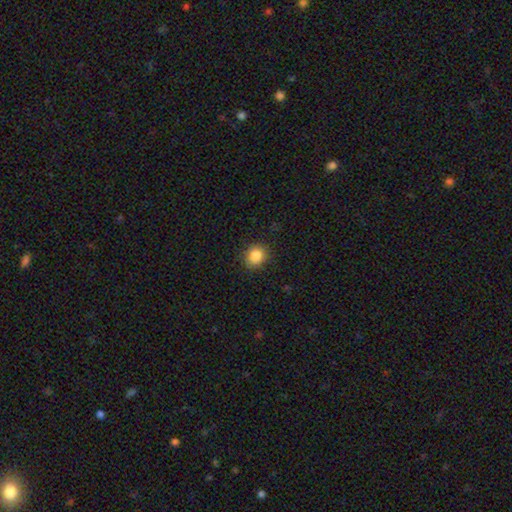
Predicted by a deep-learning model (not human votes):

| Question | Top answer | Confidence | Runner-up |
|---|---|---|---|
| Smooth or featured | smooth | 85% | star or artifact (10%) |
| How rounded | round | 78% | in between (21%) |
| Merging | none | 88% | minor disturbance (9%) |